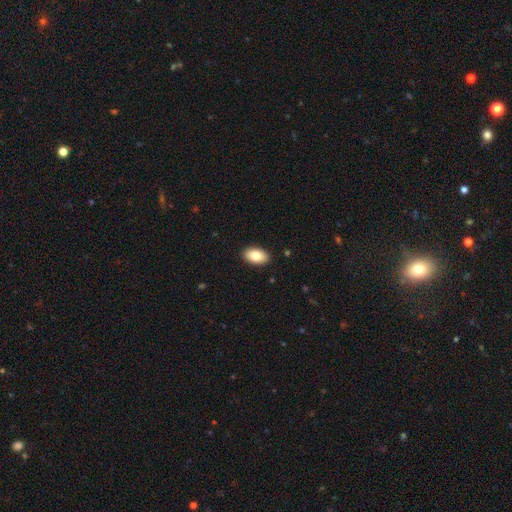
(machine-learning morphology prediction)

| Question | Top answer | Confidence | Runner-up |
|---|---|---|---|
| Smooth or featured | smooth | 82% | featured or disk (11%) |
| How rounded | in between | 93% | round (6%) |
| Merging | none | 90% | minor disturbance (7%) |